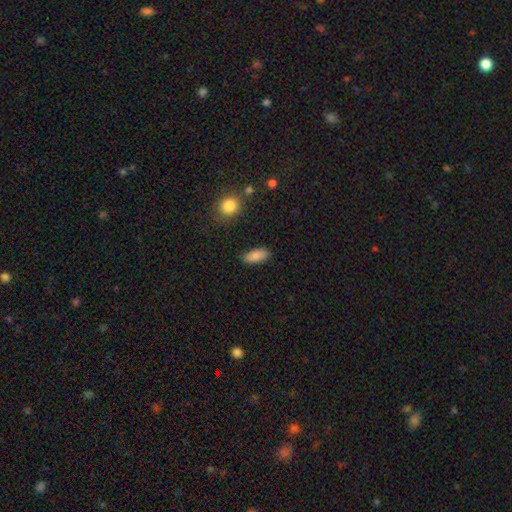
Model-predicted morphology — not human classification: Q: Smooth or featured?
A: smooth (84%); runner-up: featured or disk (8%)
Q: How rounded?
A: in between (86%); runner-up: cigar-shaped (11%)
Q: Merging?
A: none (84%); runner-up: minor disturbance (12%)